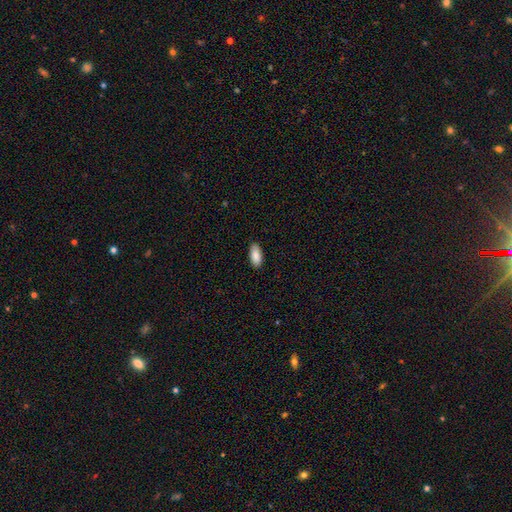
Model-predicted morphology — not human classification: The model was most divided on "merging": none: 89%, minor disturbance: 8%, major disturbance: 2%, merger: 1%. More confident: how rounded — in between (89%); smooth or featured — smooth (89%).